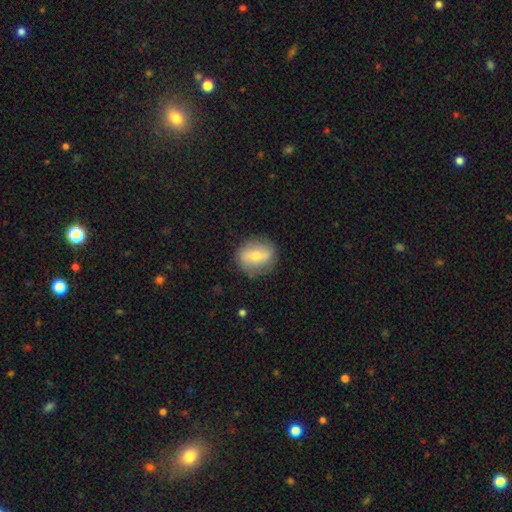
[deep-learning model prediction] smooth 57%, featured or disk 35%, star or artifact 7%. Down the decision tree: how rounded — round (67%); merging — none (81%).